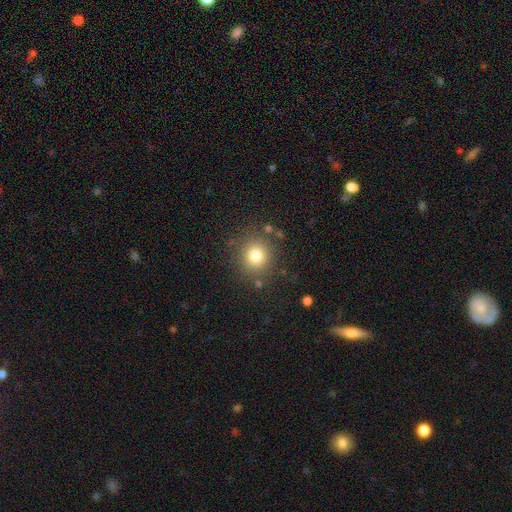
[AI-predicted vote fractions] Smooth or featured? Predicted: smooth (p=0.79). How rounded? Predicted: round (p=0.88). Merging? Predicted: none (p=0.84).